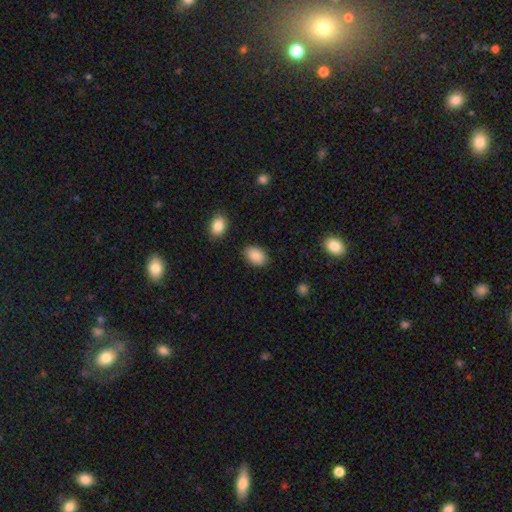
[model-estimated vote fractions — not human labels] smooth_or_featured: smooth (p=0.88) [alt: star or artifact p=0.07]
how_rounded: in between (p=0.90) [alt: round p=0.09]
merging: none (p=0.86) [alt: minor disturbance p=0.10]